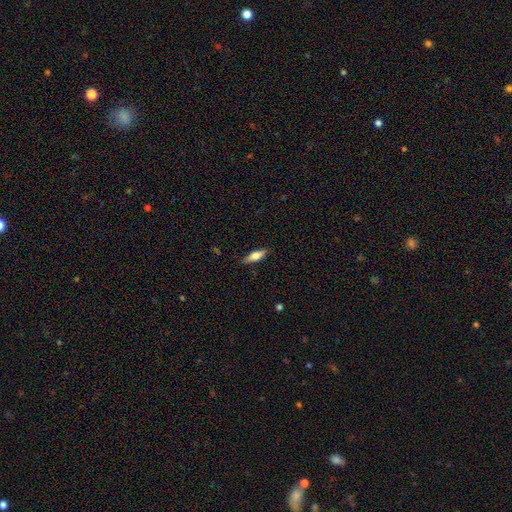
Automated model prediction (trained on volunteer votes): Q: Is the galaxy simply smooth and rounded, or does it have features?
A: smooth — 66%.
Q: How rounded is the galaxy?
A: in between — 54%.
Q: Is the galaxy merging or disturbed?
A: none — 85%.